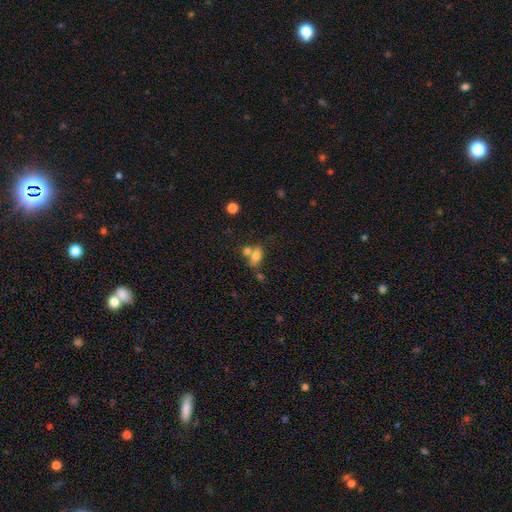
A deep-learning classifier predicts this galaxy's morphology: A smooth galaxy with no disk features (75%) that is in between round and cigar-shaped (82%). Merging: none (41%).